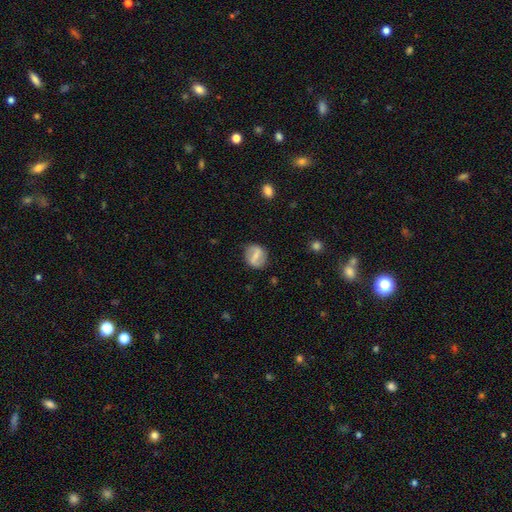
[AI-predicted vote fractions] Overall: featured or disk (56%; smooth 37%). Edge-on disk: no (96%). Bar: strong (55%; weak 34%). Spiral arms: yes (66%; no 34%). Bulge size: small (47%; moderate 29%). Merging: none (82%).